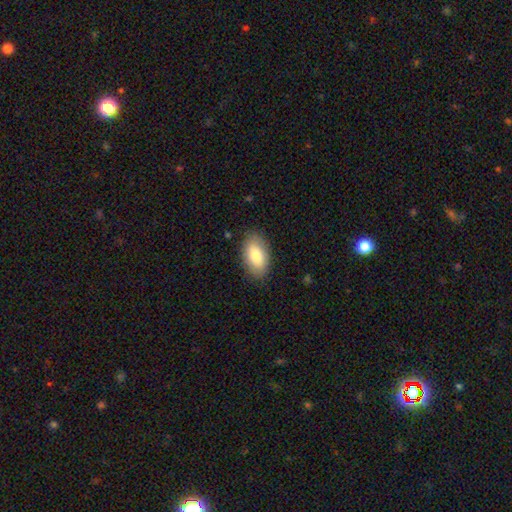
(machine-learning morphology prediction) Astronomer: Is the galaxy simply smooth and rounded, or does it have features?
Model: smooth — 82%.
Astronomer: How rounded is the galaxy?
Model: in between — 94%.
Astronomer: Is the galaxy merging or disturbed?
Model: none — 85%.